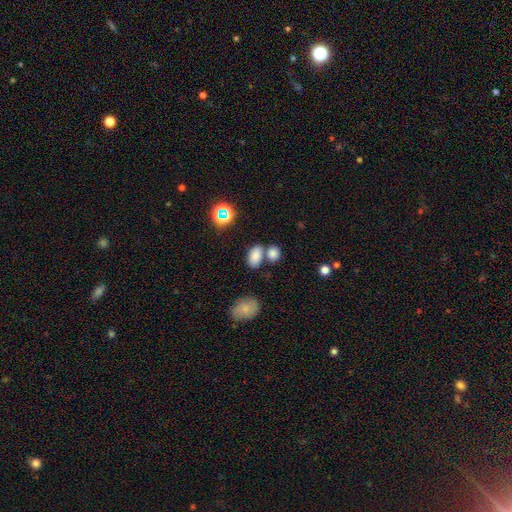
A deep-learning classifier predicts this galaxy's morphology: smooth 81%, star or artifact 13%, featured or disk 6%. Down the decision tree: how rounded — in between (88%); merging — none (57%).